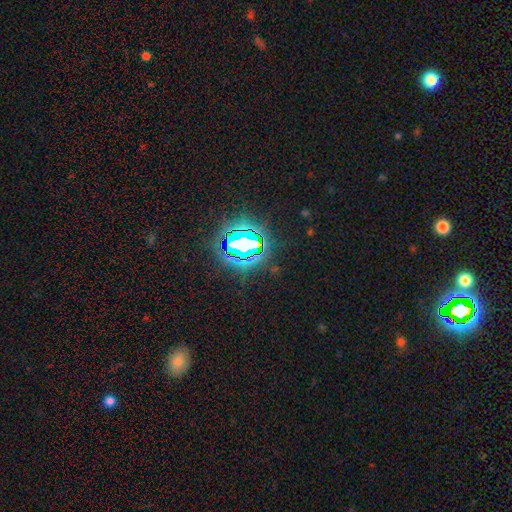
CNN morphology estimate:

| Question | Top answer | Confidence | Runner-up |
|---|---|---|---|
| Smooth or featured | star or artifact | 80% | smooth (13%) |